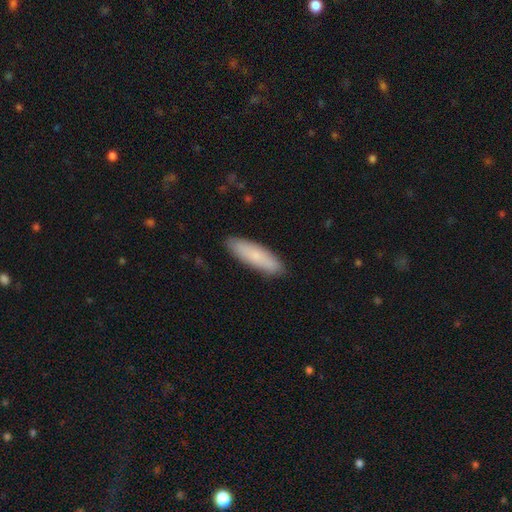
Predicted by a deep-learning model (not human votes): Morphology: type=smooth (80%); roundness=cigar-shaped (60%); merging=none (89%).